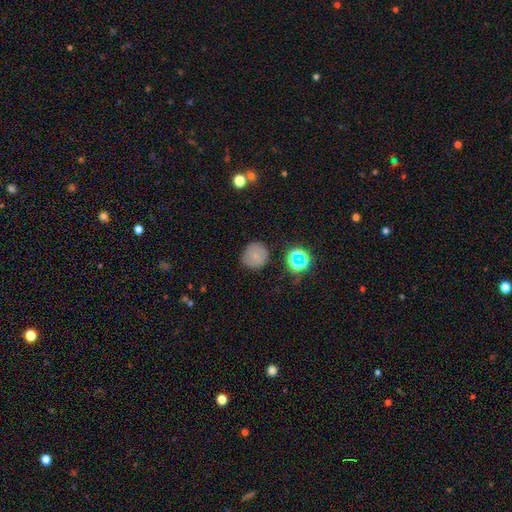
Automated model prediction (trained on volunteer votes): Q: Smooth or featured?
A: smooth (73%); runner-up: star or artifact (17%)
Q: How rounded?
A: round (92%); runner-up: in between (7%)
Q: Merging?
A: none (82%); runner-up: minor disturbance (12%)